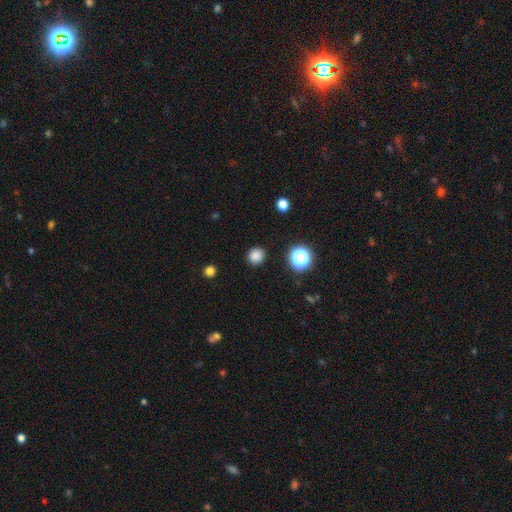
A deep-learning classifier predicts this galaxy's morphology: smooth_or_featured: smooth (p=0.83) [alt: star or artifact p=0.14]
how_rounded: round (p=0.91) [alt: in between p=0.08]
merging: none (p=0.90) [alt: minor disturbance p=0.06]